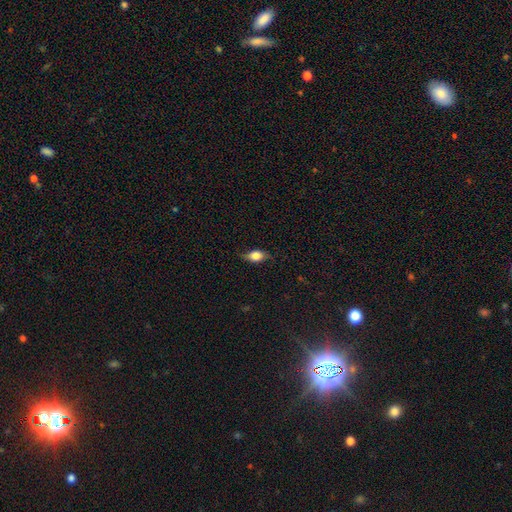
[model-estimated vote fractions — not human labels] Morphology: type=smooth (69%); roundness=in between (80%); merging=none (70%).